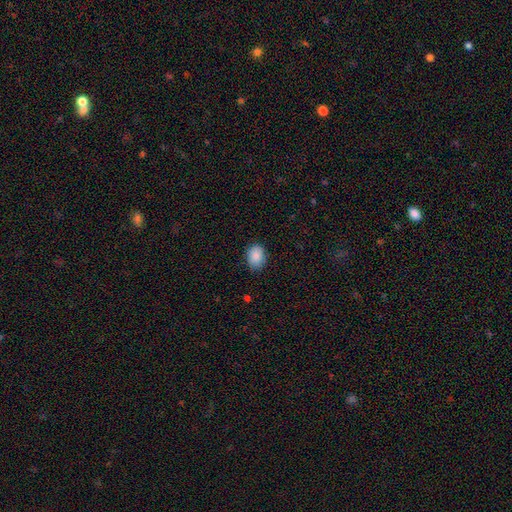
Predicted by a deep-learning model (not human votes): Smooth or featured?
  - smooth: 89% *
  - star or artifact: 7%
  - featured or disk: 4%
How rounded?
  - in between: 73% *
  - round: 26%
  - cigar-shaped: 1%
Merging?
  - none: 81% *
  - minor disturbance: 15%
  - major disturbance: 3%
  - merger: 1%